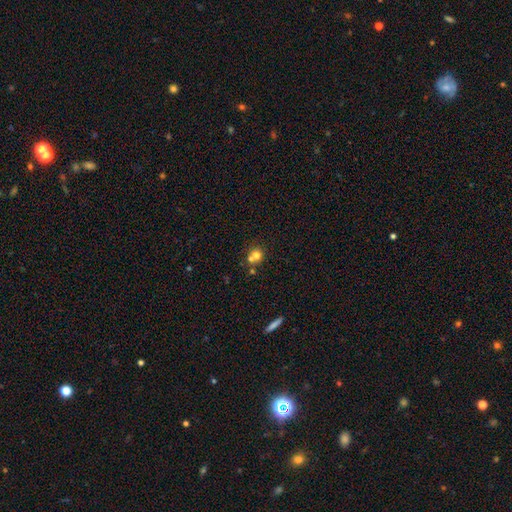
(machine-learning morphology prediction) The model was most divided on "merging": merger: 47%, none: 43%, minor disturbance: 7%, major disturbance: 3%. More confident: how rounded — round (85%); smooth or featured — smooth (71%).